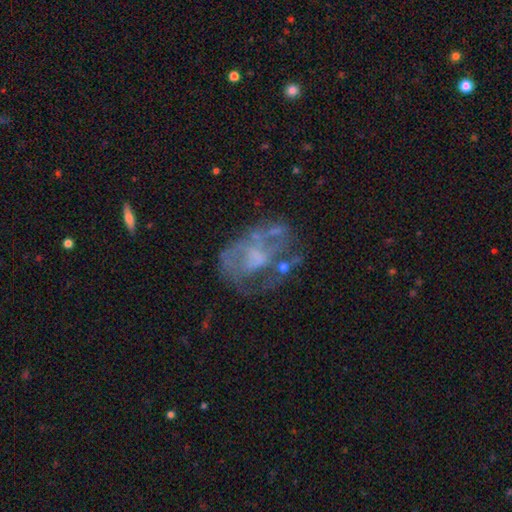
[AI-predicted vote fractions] The model was most divided on "merging": none: 39%, major disturbance: 33%, minor disturbance: 20%, merger: 8%. Remaining: edge-on disk — no (97%); bar — no (76%); spiral arms — no (67%); smooth or featured — featured or disk (67%); bulge size — none (44%).